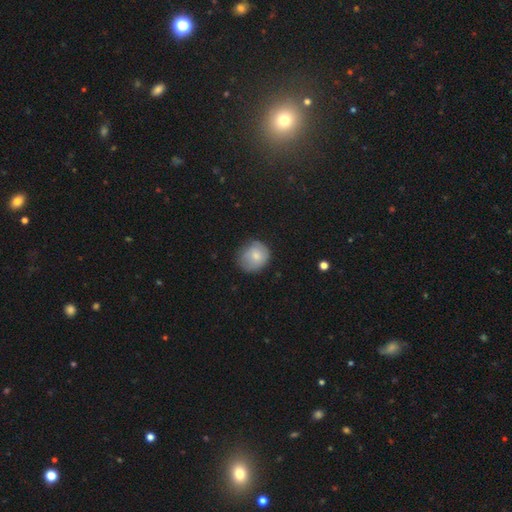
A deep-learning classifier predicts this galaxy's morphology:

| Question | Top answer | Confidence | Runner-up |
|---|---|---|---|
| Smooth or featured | smooth | 76% | featured or disk (16%) |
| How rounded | round | 77% | in between (22%) |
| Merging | none | 66% | minor disturbance (25%) |